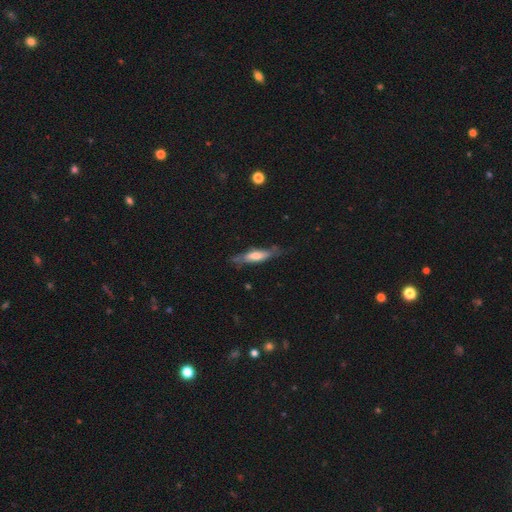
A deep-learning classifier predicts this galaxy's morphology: This appears to be a smooth galaxy with no disk features (48%). Merging: none (65%).